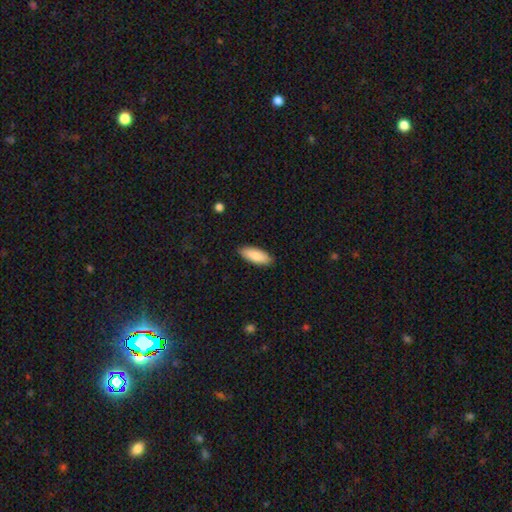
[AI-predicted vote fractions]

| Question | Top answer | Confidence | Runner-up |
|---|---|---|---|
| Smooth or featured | smooth | 86% | featured or disk (8%) |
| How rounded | in between | 74% | cigar-shaped (24%) |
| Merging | none | 89% | minor disturbance (9%) |